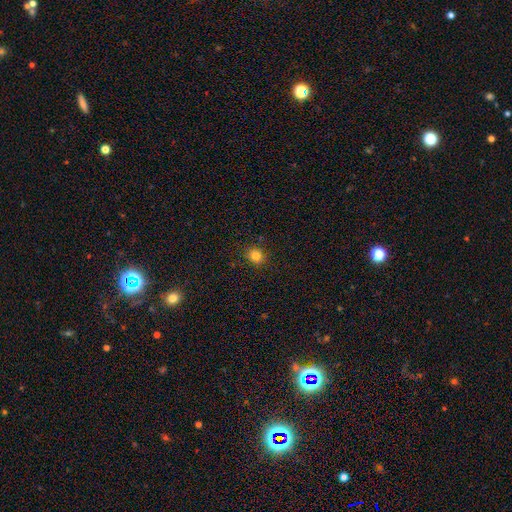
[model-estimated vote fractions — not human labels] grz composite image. It shows a smooth galaxy with no disk features (83%) that is round (77%). Merging: none (89%).